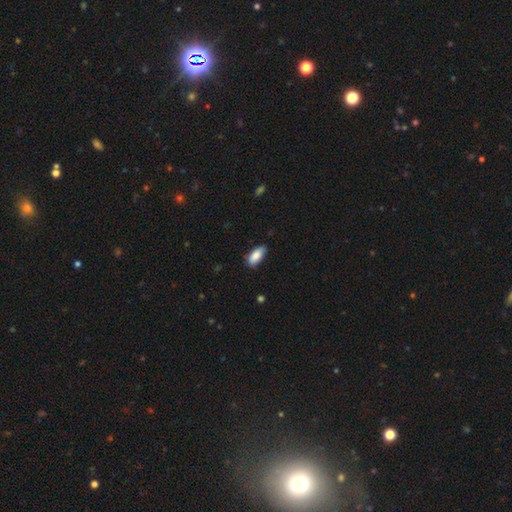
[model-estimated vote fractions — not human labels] Overall: smooth (86%). How rounded: in between (89%). Merging: none (75%).